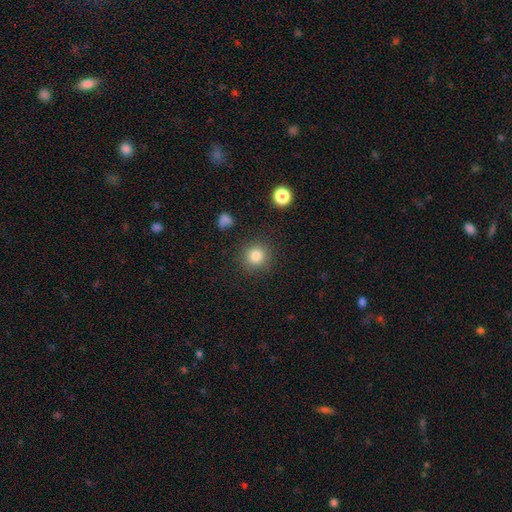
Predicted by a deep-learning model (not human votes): The model was most divided on "smooth or featured": smooth: 83%, star or artifact: 11%, featured or disk: 6%. More confident: how rounded — round (92%); merging — none (88%).